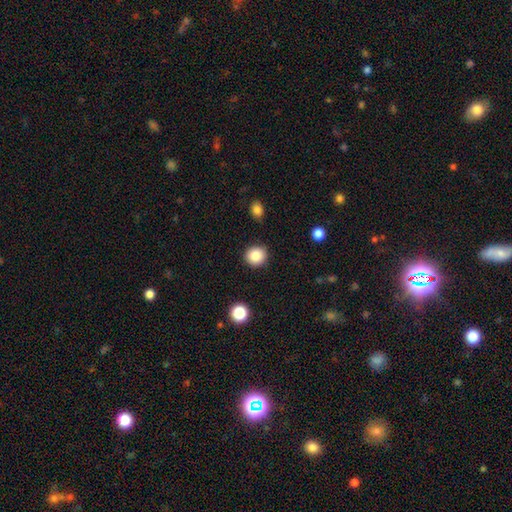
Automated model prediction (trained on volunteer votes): Overall: smooth (85%). How rounded: round (88%). Merging: none (89%).